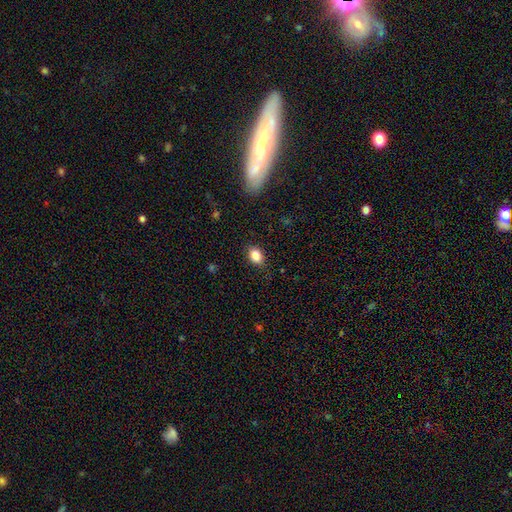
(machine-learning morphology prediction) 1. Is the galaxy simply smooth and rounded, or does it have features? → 85% smooth, 9% star or artifact, 6% featured or disk.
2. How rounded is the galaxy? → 79% in between, 20% round, 1% cigar-shaped.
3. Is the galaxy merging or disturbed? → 84% none, 12% minor disturbance, 3% major disturbance, 1% merger.